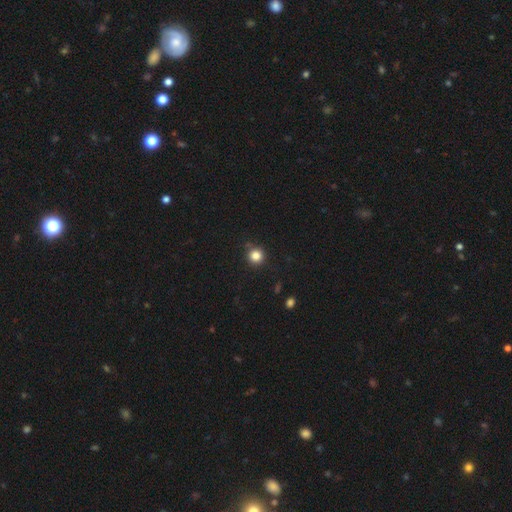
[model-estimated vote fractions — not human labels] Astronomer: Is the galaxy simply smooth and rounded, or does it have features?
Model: smooth — 84%.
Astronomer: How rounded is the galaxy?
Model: round — 94%.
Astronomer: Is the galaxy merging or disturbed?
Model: none — 86%.